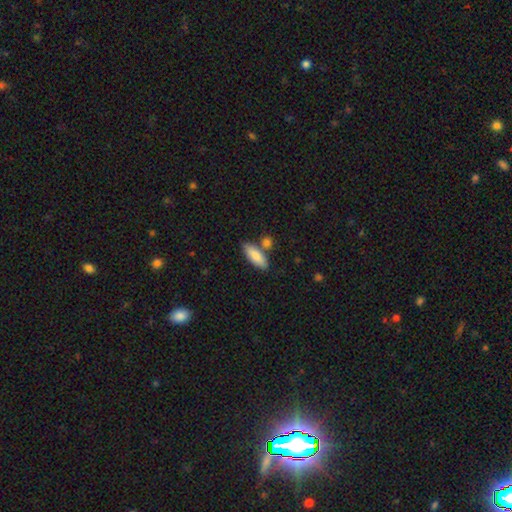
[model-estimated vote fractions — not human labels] Smooth or featured?
  - smooth: 83% *
  - featured or disk: 11%
  - star or artifact: 6%
How rounded?
  - in between: 68% *
  - cigar-shaped: 30%
  - round: 2%
Merging?
  - none: 71% *
  - merger: 13%
  - minor disturbance: 12%
  - major disturbance: 3%